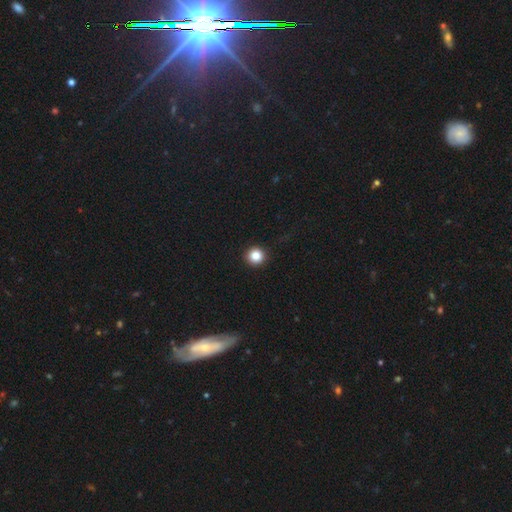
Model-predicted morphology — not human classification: This appears to be a smooth galaxy with no disk features (85%) that is round (95%). Merging: none (93%).